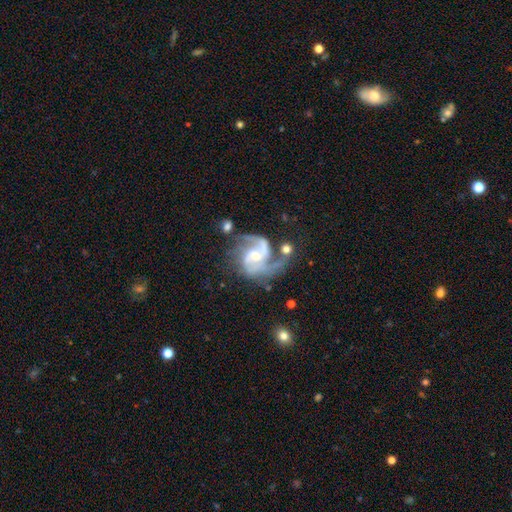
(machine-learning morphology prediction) type=featured or disk (91%); edge-on=no (98%); bar=weak (43%); spiral arms=yes (98%); winding=medium (58%); arm count=2 (75%); bulge=small (47%); merging=none (52%).